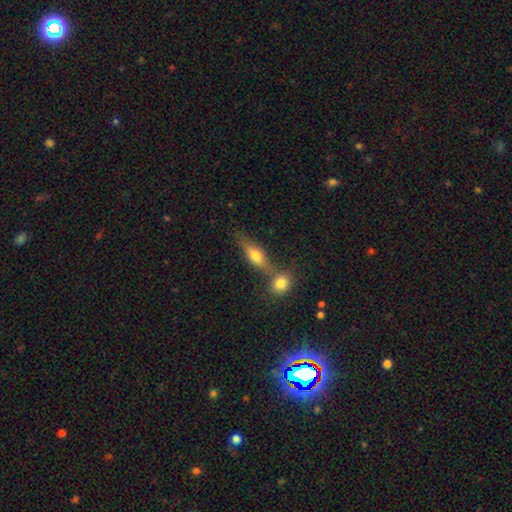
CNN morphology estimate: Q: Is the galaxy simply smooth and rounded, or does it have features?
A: smooth — 56%.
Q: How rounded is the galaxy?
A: in between — 52%.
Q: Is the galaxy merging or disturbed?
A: none — 54%.